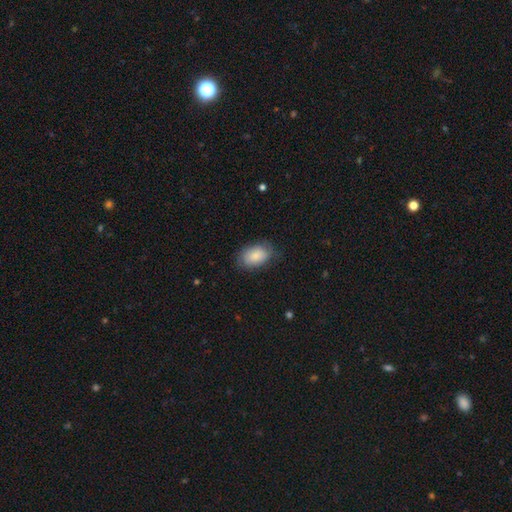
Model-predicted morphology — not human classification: smooth 84%, featured or disk 9%, star or artifact 6%. Down the decision tree: how rounded — in between (89%); merging — none (75%).